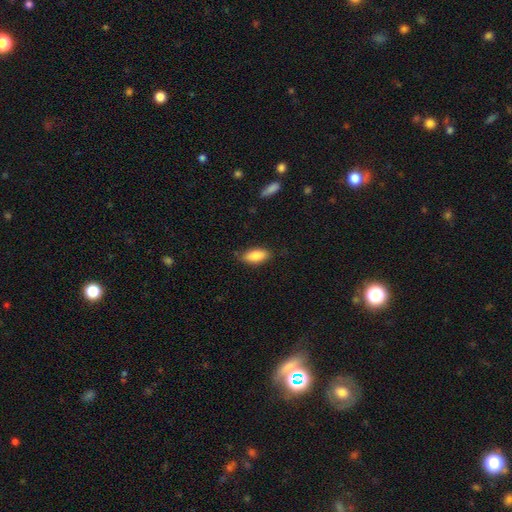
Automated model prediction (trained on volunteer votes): This is clearly a smooth galaxy (86%). How rounded: clearly in between (86%). Merging: likely none (79%).